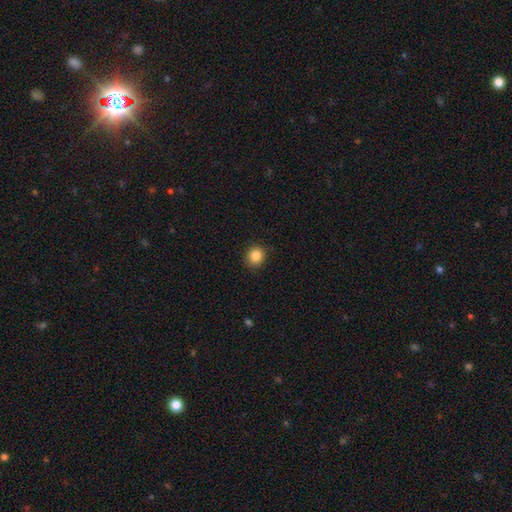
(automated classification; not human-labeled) Overall: smooth (86%). How rounded: round (85%). Merging: none (91%).